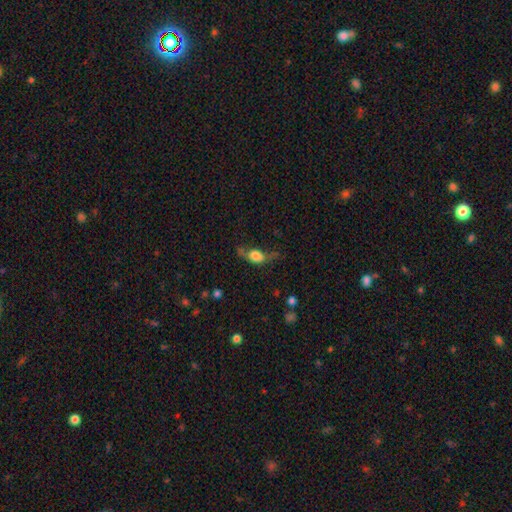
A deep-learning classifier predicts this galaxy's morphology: A smooth galaxy with no disk features (68%) that is in between round and cigar-shaped (71%).

Vote fractions:
- Smooth or featured? smooth: 68% / featured or disk: 22% / star or artifact: 10%
- How rounded? in between: 71% / round: 23% / cigar-shaped: 6%
- Merging? none: 42% / minor disturbance: 29% / major disturbance: 24% / merger: 4%